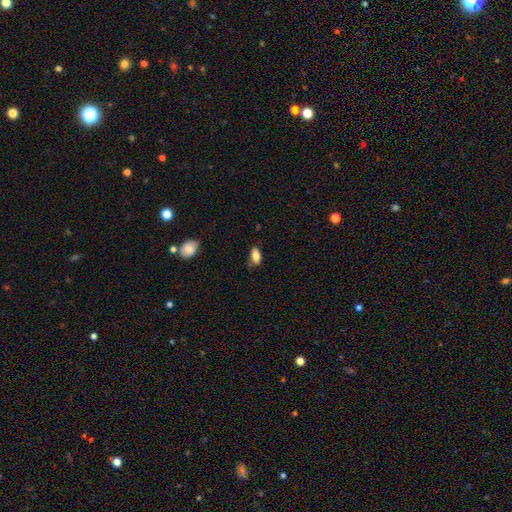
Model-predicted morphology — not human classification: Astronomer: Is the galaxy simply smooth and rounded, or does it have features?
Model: smooth — 83%.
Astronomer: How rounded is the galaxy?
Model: in between — 91%.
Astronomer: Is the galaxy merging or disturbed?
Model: none — 70%.